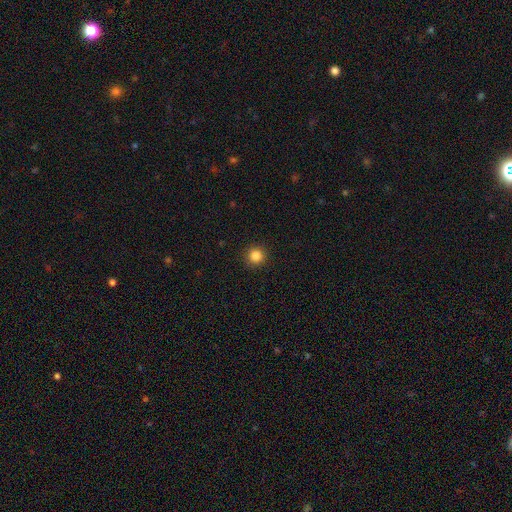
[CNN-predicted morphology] A smooth galaxy with no disk features (85%) that is round (95%).

Vote fractions:
- Smooth or featured? smooth: 85% / star or artifact: 12% / featured or disk: 4%
- How rounded? round: 95% / in between: 4% / cigar-shaped: 1%
- Merging? none: 92% / minor disturbance: 5% / major disturbance: 2% / merger: 1%